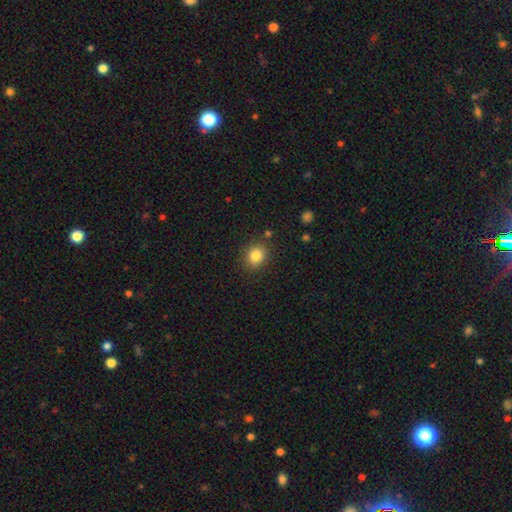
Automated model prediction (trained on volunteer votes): This is clearly a smooth galaxy (83%). How rounded: likely round (68%). Merging: clearly none (85%).